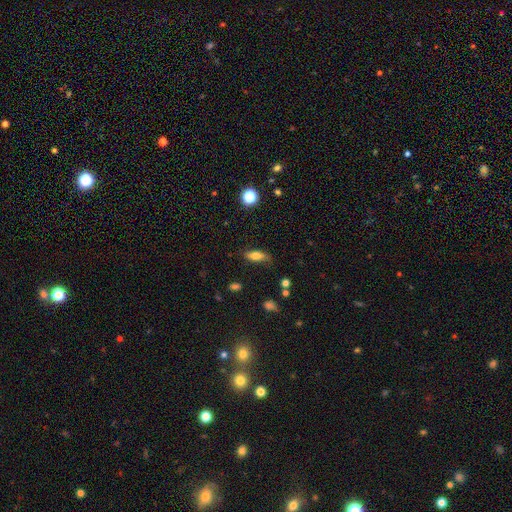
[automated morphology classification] A smooth galaxy with no disk features (68%) that is in between round and cigar-shaped (68%).

Vote fractions:
- Smooth or featured? smooth: 68% / featured or disk: 22% / star or artifact: 10%
- How rounded? in between: 68% / cigar-shaped: 27% / round: 5%
- Merging? none: 71% / minor disturbance: 22% / major disturbance: 6% / merger: 2%